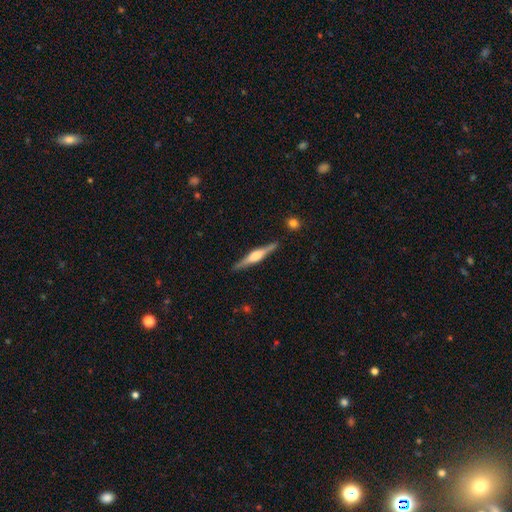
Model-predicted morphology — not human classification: Smooth or featured?
  - featured or disk: 77% *
  - smooth: 18%
  - star or artifact: 5%
Edge-on disk?
  - yes: 98% *
  - no: 2%
Edge-on bulge?
  - rounded: 71% *
  - boxy: 25%
  - none: 4%
Merging?
  - none: 89% *
  - minor disturbance: 8%
  - major disturbance: 2%
  - merger: 2%